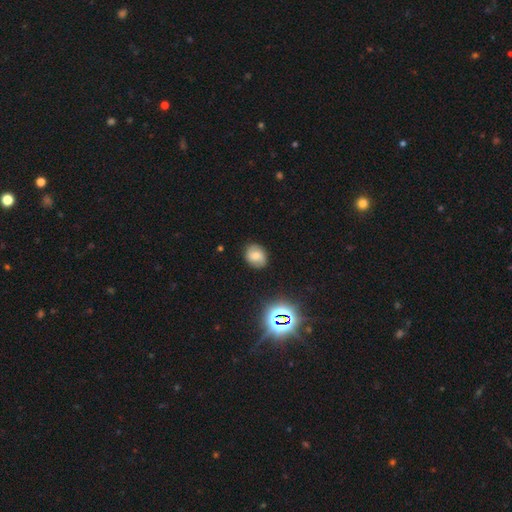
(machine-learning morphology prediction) A smooth galaxy with no disk features (59%) that is round (57%).

Vote fractions:
- Smooth or featured? smooth: 59% / featured or disk: 27% / star or artifact: 14%
- How rounded? round: 57% / in between: 42% / cigar-shaped: 1%
- Merging? none: 84% / minor disturbance: 12% / major disturbance: 3% / merger: 1%